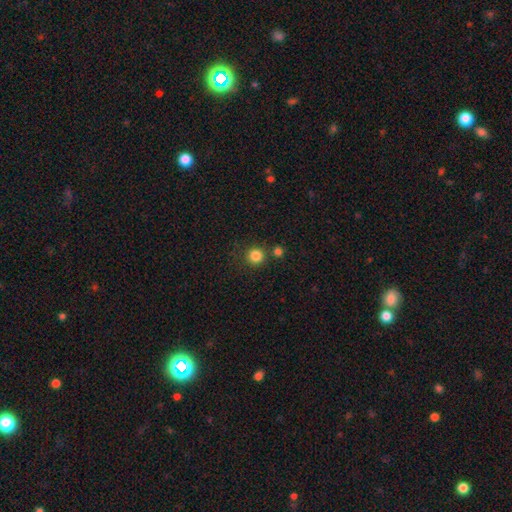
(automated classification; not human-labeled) The model was most divided on "merging": none: 80%, merger: 10%, minor disturbance: 7%, major disturbance: 3%. More confident: how rounded — round (94%); smooth or featured — smooth (83%).